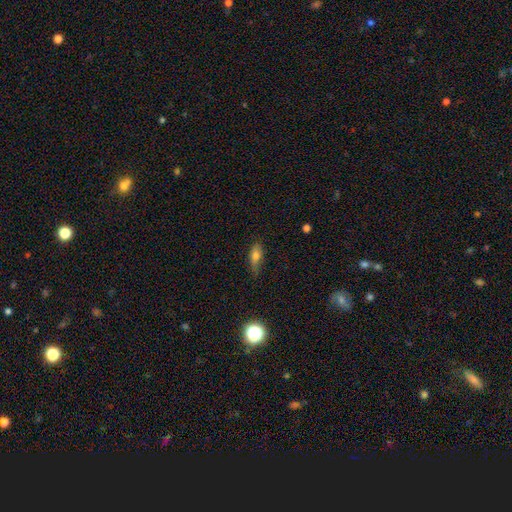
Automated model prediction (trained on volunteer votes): The model was most divided on "merging": none: 55%, minor disturbance: 34%, major disturbance: 9%, merger: 2%. More confident: smooth or featured — smooth (72%); how rounded — in between (70%).